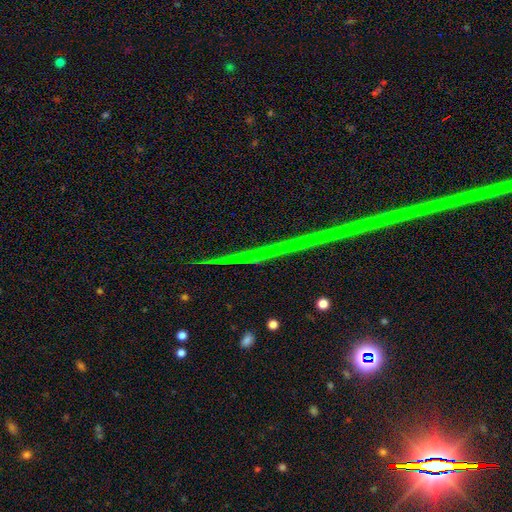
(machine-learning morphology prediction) Smooth or featured? star or artifact (77%)